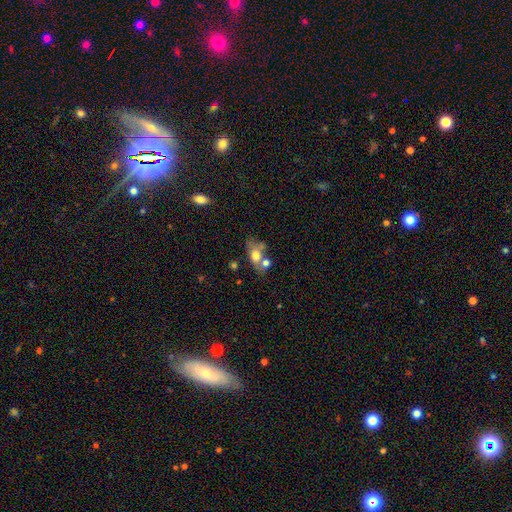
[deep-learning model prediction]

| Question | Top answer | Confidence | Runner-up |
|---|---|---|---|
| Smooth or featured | smooth | 64% | featured or disk (27%) |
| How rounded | in between | 76% | round (17%) |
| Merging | none | 41% | merger (35%) |